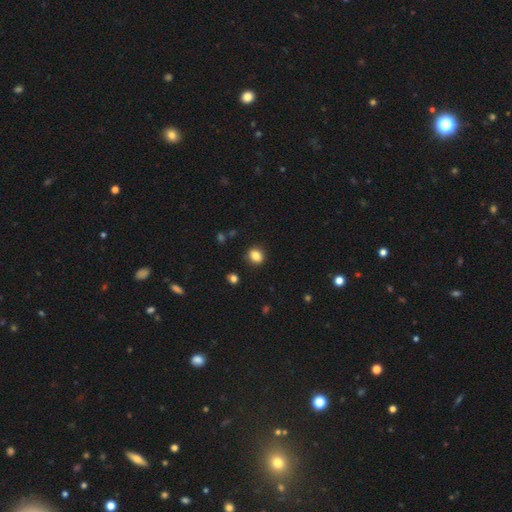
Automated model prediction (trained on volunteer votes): Smooth or featured? smooth (84%)
How rounded? round (63%)
Merging? none (88%)